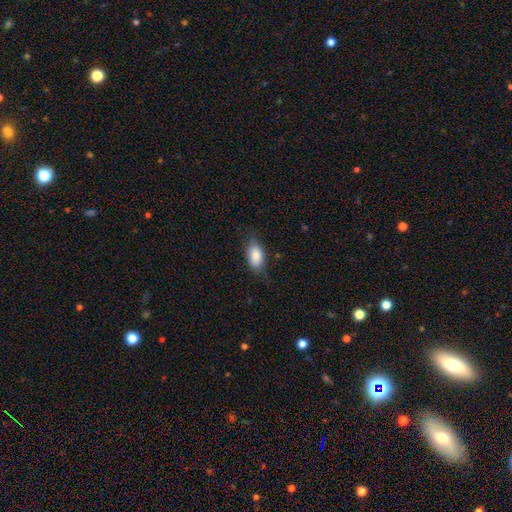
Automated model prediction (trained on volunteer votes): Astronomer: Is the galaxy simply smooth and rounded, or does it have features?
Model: smooth — 84%.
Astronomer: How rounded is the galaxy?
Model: in between — 91%.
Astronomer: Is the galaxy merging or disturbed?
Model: none — 69%.